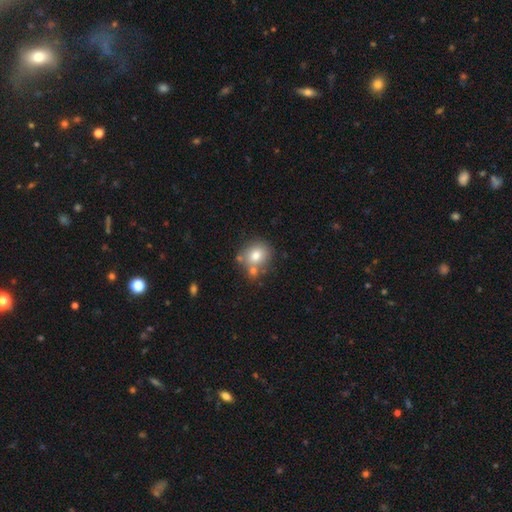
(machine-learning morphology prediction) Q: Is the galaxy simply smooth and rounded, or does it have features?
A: smooth — 77%.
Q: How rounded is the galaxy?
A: round — 74%.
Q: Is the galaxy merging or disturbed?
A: none — 60%.